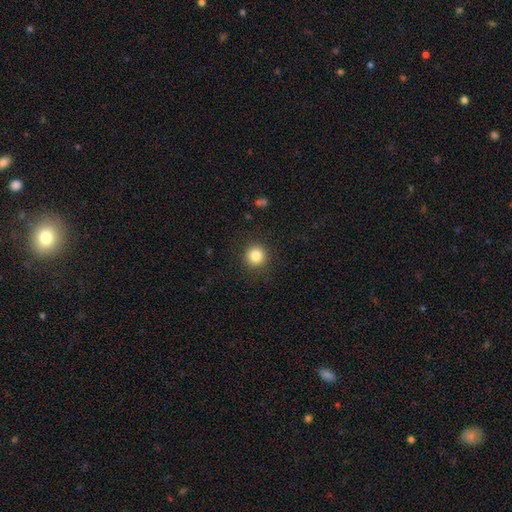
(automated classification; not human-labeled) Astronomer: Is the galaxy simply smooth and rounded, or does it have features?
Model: smooth — 83%.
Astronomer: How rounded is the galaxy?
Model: round — 94%.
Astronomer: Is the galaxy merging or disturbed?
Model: none — 91%.